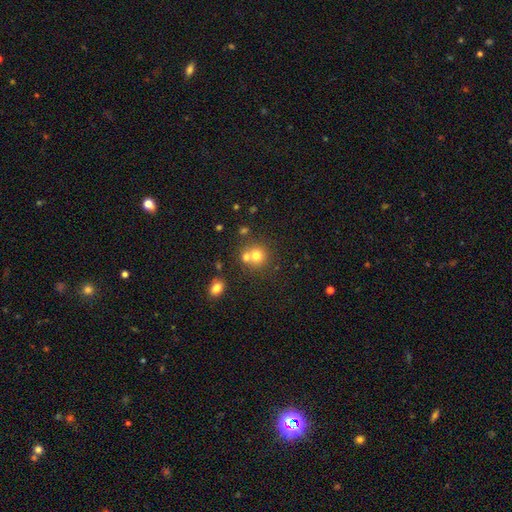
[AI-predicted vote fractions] smooth-or-featured: smooth: 72% | star or artifact: 14% | featured or disk: 14%
  how-rounded: round: 86% | in between: 13% | cigar-shaped: 1%
  merging: none: 50% | merger: 39% | minor disturbance: 7% | major disturbance: 3%